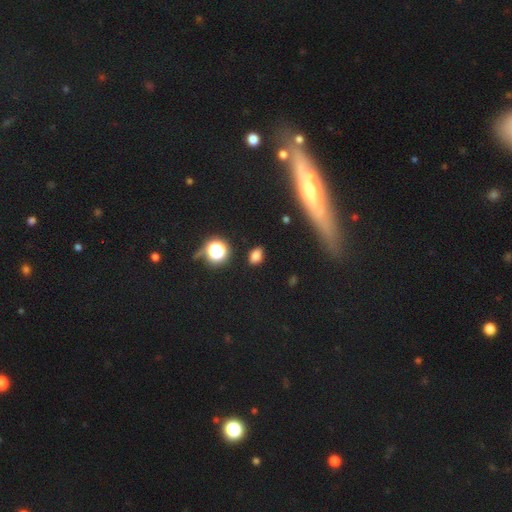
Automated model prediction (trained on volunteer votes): This appears to be a smooth galaxy with no disk features (73%) that is in between round and cigar-shaped (80%). Merging: none (85%).